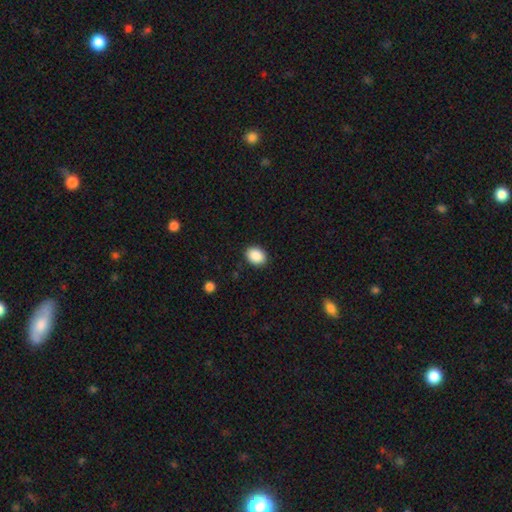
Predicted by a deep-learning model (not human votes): Smooth or featured? smooth (89%)
How rounded? in between (60%)
Merging? none (90%)